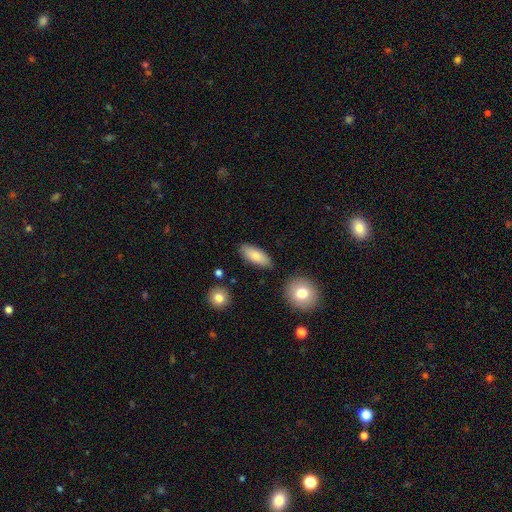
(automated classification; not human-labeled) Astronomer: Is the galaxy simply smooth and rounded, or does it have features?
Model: smooth — 82%.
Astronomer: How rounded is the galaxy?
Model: in between — 80%.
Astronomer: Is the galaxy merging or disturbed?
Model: none — 84%.